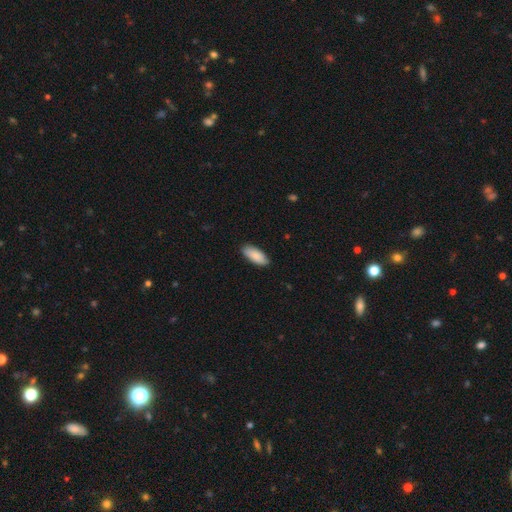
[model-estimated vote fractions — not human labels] Q: Smooth or featured?
A: smooth (87%); runner-up: featured or disk (8%)
Q: How rounded?
A: in between (83%); runner-up: cigar-shaped (15%)
Q: Merging?
A: none (86%); runner-up: minor disturbance (11%)